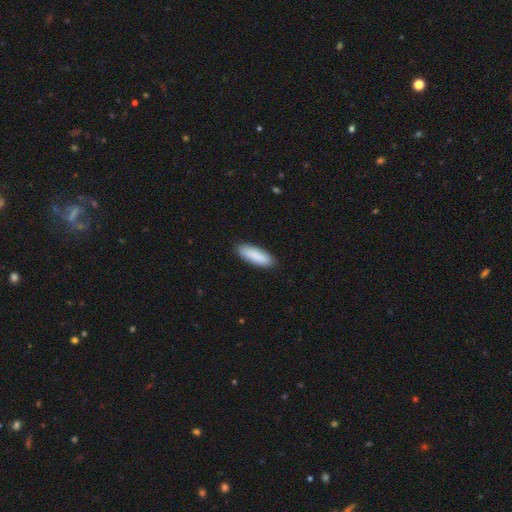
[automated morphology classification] A smooth galaxy with no disk features (88%) that is in between round and cigar-shaped (52%). Merging: none (88%).